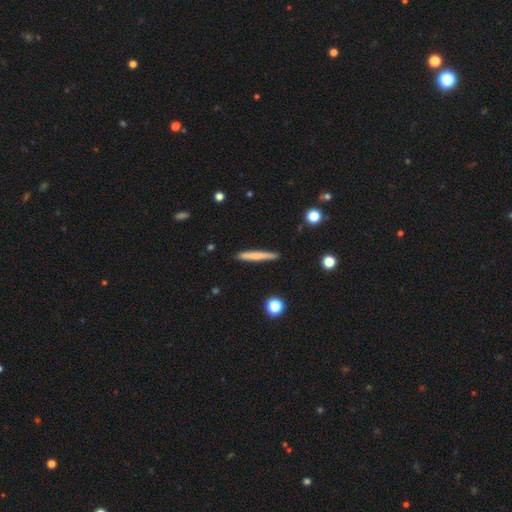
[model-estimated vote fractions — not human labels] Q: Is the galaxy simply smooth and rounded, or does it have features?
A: smooth — 67%.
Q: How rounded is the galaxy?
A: cigar-shaped — 96%.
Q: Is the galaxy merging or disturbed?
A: none — 89%.